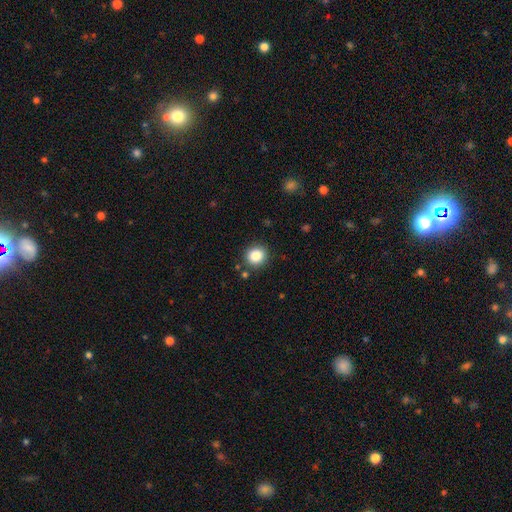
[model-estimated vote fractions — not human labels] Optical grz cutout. It shows a smooth galaxy with no disk features (84%) that is round (87%). Merging: none (88%).